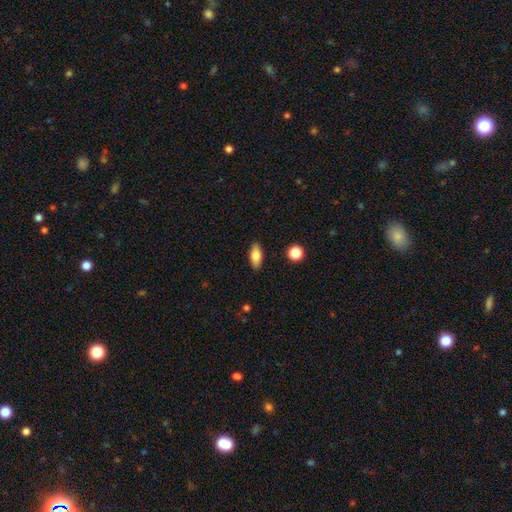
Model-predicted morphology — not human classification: Smooth or featured?
  - smooth: 78% *
  - featured or disk: 14%
  - star or artifact: 7%
How rounded?
  - in between: 80% *
  - cigar-shaped: 16%
  - round: 4%
Merging?
  - none: 88% *
  - minor disturbance: 9%
  - major disturbance: 2%
  - merger: 1%